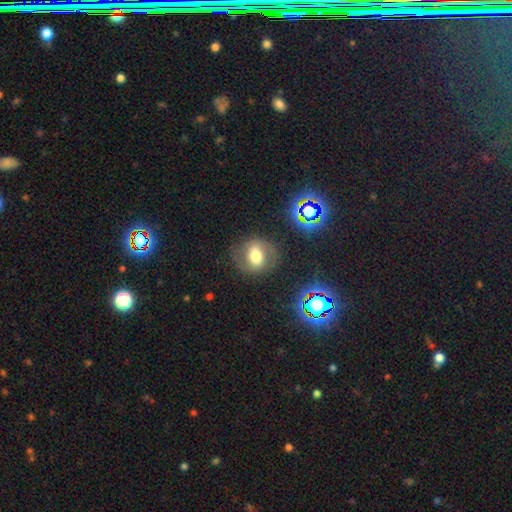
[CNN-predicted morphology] Smooth or featured?
  - smooth: 47% *
  - featured or disk: 39%
  - star or artifact: 14%
Merging?
  - none: 76% *
  - minor disturbance: 14%
  - major disturbance: 8%
  - merger: 2%